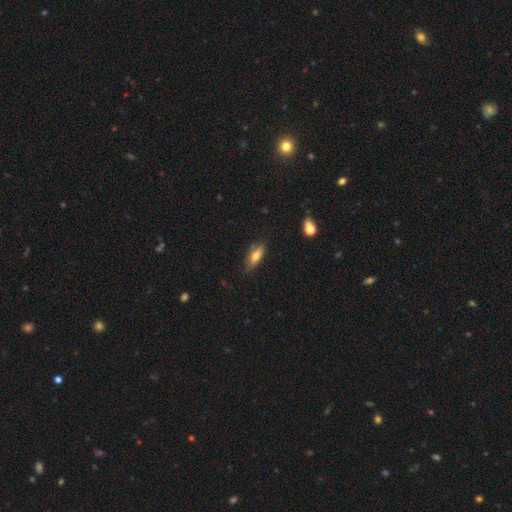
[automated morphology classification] smooth_or_featured: smooth (p=0.68) [alt: featured or disk p=0.24]
how_rounded: in between (p=0.62) [alt: cigar-shaped p=0.36]
merging: none (p=0.74) [alt: minor disturbance p=0.20]